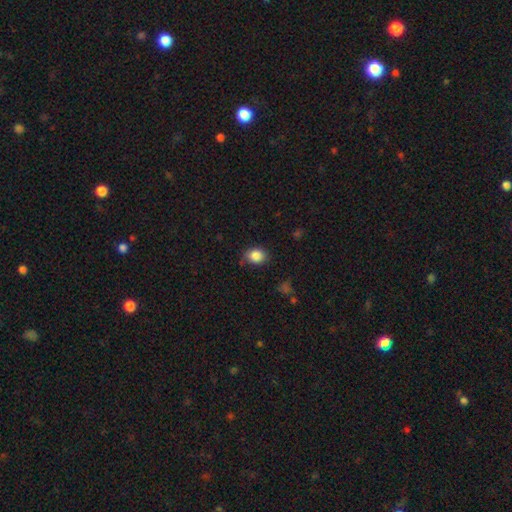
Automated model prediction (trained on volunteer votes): Morphology: type=smooth (86%); roundness=round (55%); merging=none (79%).